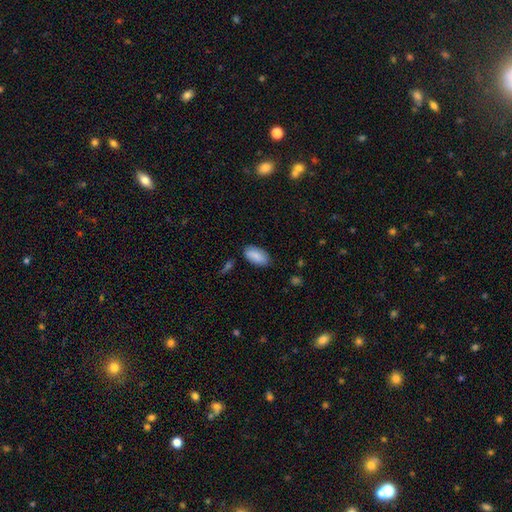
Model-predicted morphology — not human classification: Smooth or featured: smooth — 85% (featured or disk — 9%)
How rounded: in between — 94% (cigar-shaped — 4%)
Merging: none — 81% (minor disturbance — 14%)